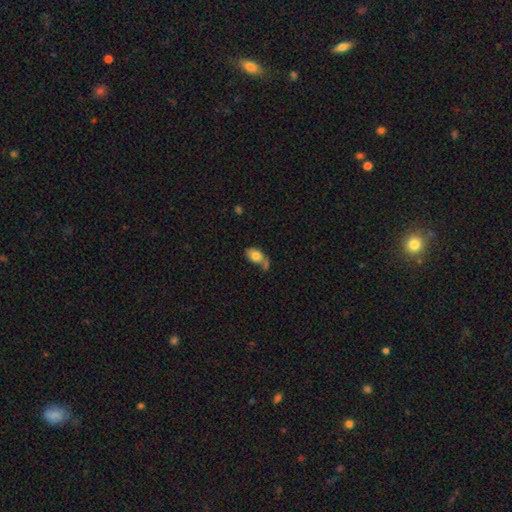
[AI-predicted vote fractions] Smooth or featured?
  - smooth: 76% *
  - featured or disk: 16%
  - star or artifact: 8%
How rounded?
  - in between: 85% *
  - round: 14%
  - cigar-shaped: 2%
Merging?
  - none: 37% *
  - merger: 31%
  - minor disturbance: 19%
  - major disturbance: 14%